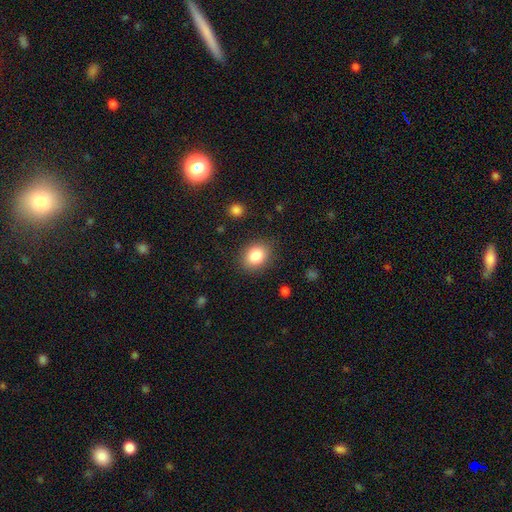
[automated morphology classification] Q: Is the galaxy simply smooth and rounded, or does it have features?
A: smooth — 84%.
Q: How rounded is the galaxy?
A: in between — 55%.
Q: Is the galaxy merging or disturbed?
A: none — 86%.